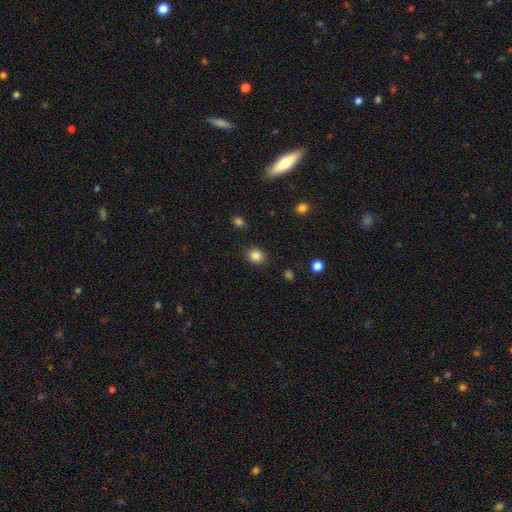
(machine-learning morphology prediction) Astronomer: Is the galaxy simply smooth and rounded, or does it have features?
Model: smooth — 85%.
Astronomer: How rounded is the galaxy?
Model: round — 71%.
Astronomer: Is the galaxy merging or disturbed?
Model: none — 87%.